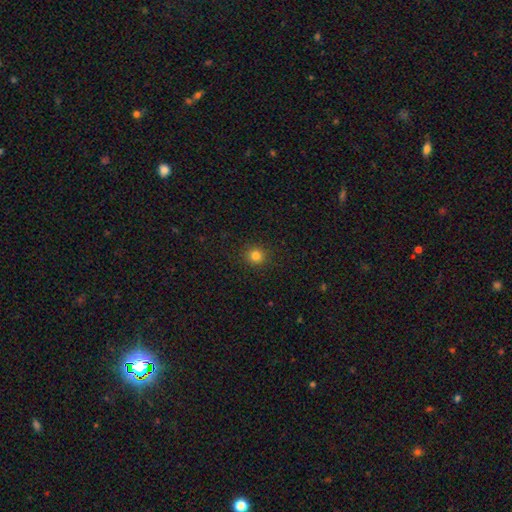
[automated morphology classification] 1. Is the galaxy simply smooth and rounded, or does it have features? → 82% smooth, 13% star or artifact, 5% featured or disk.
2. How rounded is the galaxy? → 91% round, 8% in between, 1% cigar-shaped.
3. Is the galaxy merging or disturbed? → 91% none, 6% minor disturbance, 2% major disturbance, 1% merger.